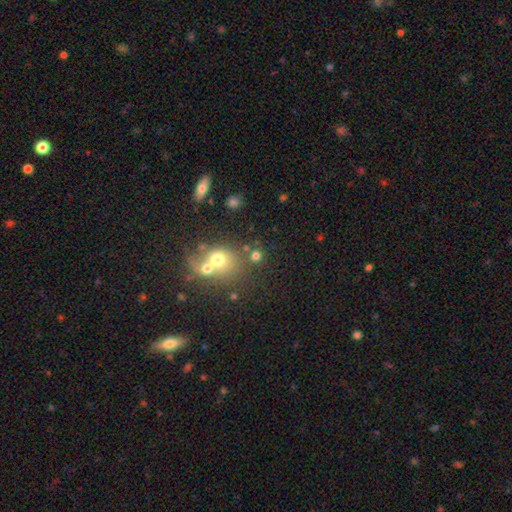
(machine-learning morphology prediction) Smooth or featured: smooth — 70% (star or artifact — 18%)
How rounded: round — 81% (in between — 17%)
Merging: none — 52% (merger — 37%)